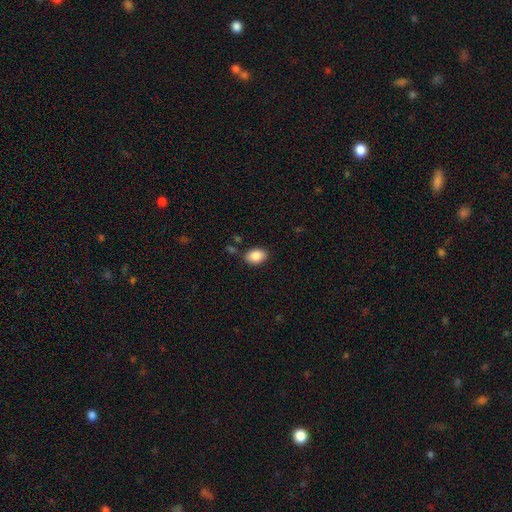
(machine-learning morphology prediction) Q: Smooth or featured?
A: smooth (88%); runner-up: star or artifact (7%)
Q: How rounded?
A: in between (84%); runner-up: round (15%)
Q: Merging?
A: none (82%); runner-up: minor disturbance (11%)